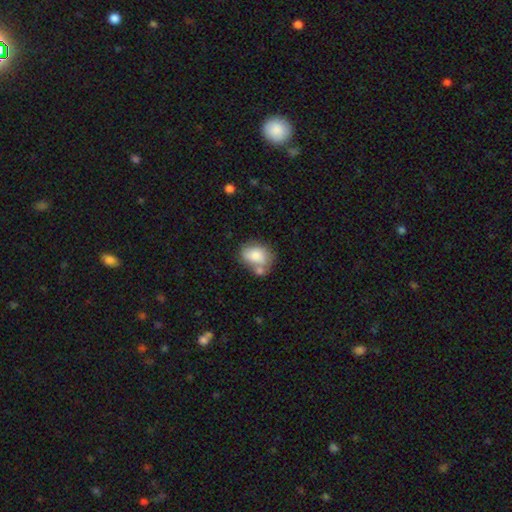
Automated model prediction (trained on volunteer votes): smooth 75%, featured or disk 18%, star or artifact 7%. Down the decision tree: how rounded — in between (67%); merging — none (38%).